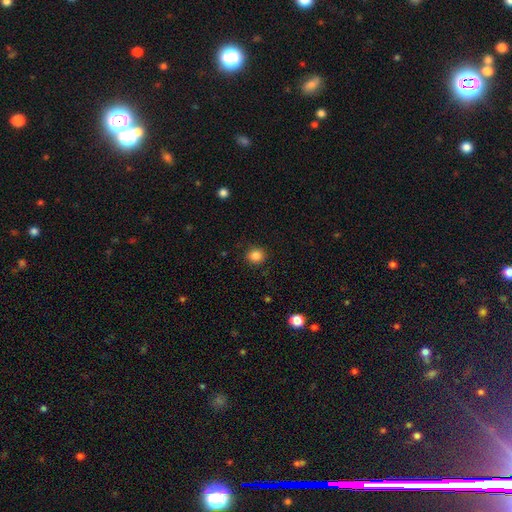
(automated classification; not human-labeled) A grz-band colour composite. It shows a smooth galaxy with no disk features (85%) that is round (85%). Merging: none (89%).